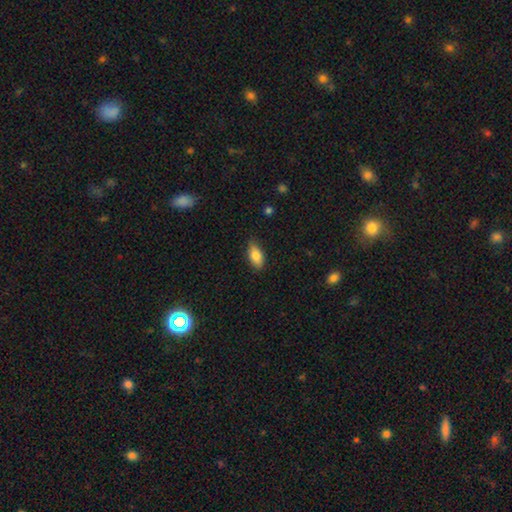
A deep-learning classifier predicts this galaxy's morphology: This appears to be a smooth galaxy with no disk features (83%) that is in between round and cigar-shaped (89%). Merging: none (79%).